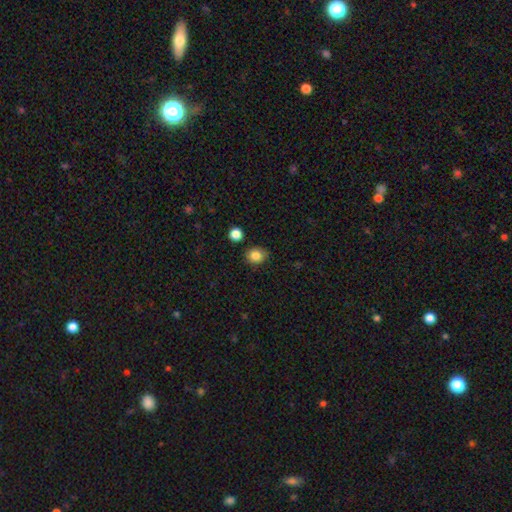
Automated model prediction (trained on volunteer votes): A smooth galaxy with no disk features (85%) that is round (67%). Merging: none (83%).